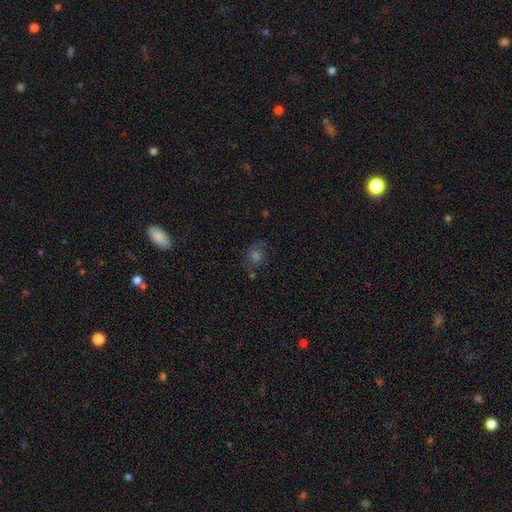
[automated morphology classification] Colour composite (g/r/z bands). It shows a smooth galaxy with no disk features (50%). Merging: none (73%).